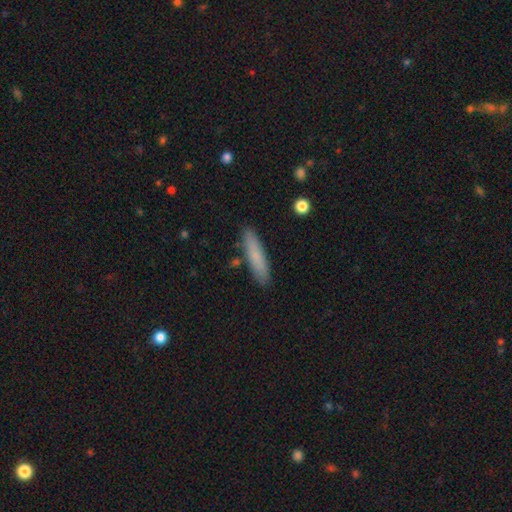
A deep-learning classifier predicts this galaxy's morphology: Smooth or featured?
  - smooth: 77% *
  - featured or disk: 16%
  - star or artifact: 6%
How rounded?
  - cigar-shaped: 83% *
  - in between: 16%
  - round: 2%
Merging?
  - none: 87% *
  - minor disturbance: 9%
  - merger: 2%
  - major disturbance: 2%